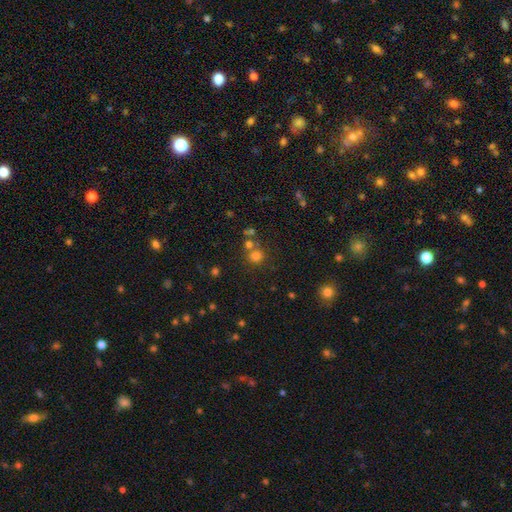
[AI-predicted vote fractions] This appears to be a smooth galaxy with no disk features (74%) that is round (91%). Merging: none (66%).